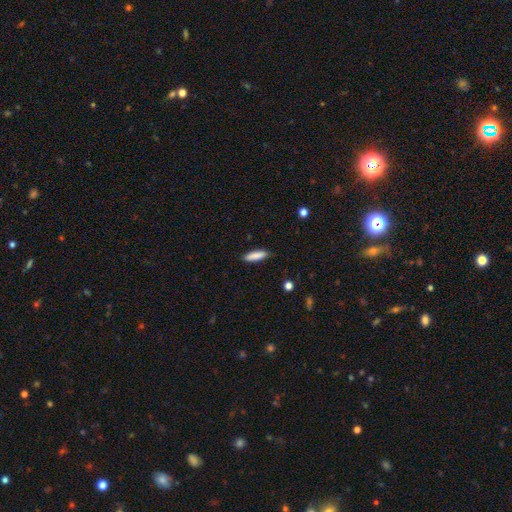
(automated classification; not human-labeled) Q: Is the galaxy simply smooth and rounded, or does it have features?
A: smooth — 87%.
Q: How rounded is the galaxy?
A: cigar-shaped — 65%.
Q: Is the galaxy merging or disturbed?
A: none — 86%.